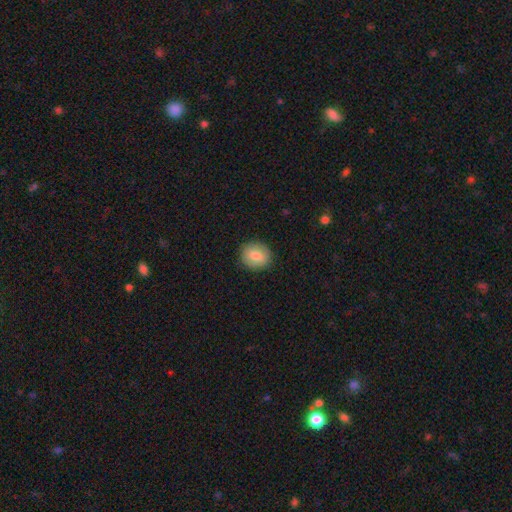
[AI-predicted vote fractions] The model was most divided on "how rounded": round: 79%, in between: 20%, cigar-shaped: 1%. More confident: merging — none (89%); smooth or featured — smooth (79%).